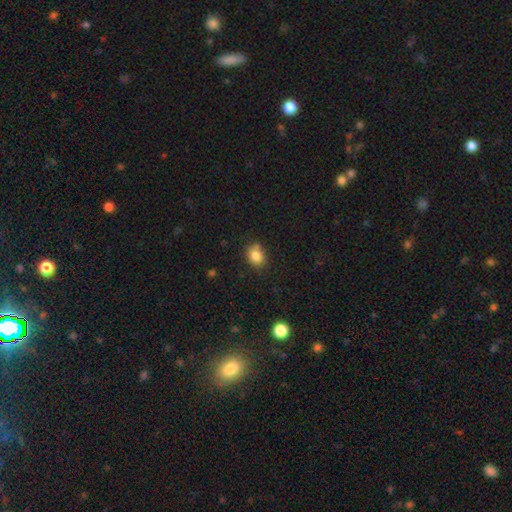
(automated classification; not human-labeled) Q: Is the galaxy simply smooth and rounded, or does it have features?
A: smooth — 83%.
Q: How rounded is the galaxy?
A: in between — 52%.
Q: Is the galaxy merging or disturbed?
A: none — 67%.